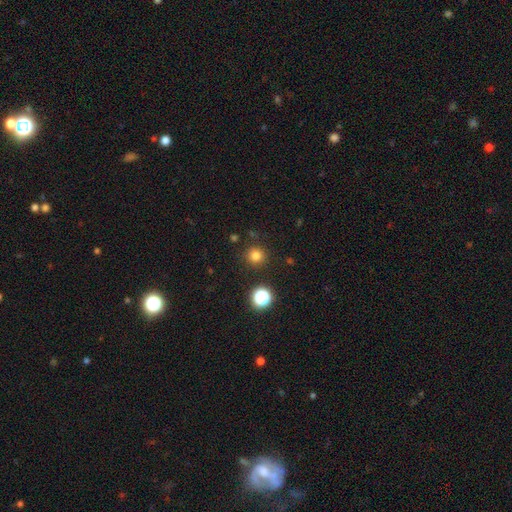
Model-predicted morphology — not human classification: Smooth or featured? Predicted: smooth (p=0.79). How rounded? Predicted: round (p=0.94). Merging? Predicted: none (p=0.90).